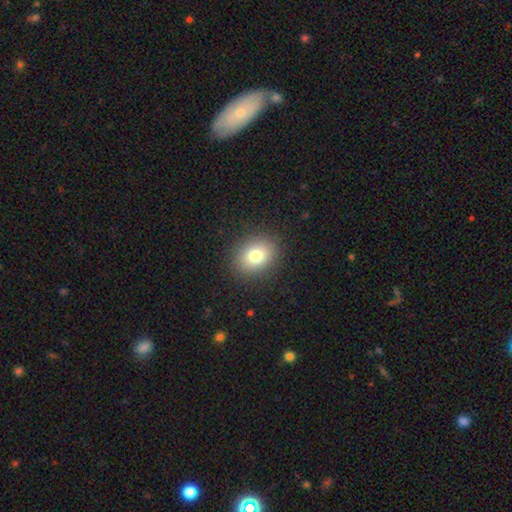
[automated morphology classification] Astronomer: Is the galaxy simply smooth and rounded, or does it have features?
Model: smooth — 79%.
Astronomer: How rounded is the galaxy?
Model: round — 50% (runner-up: in between, 49%).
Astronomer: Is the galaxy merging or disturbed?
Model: none — 89%.